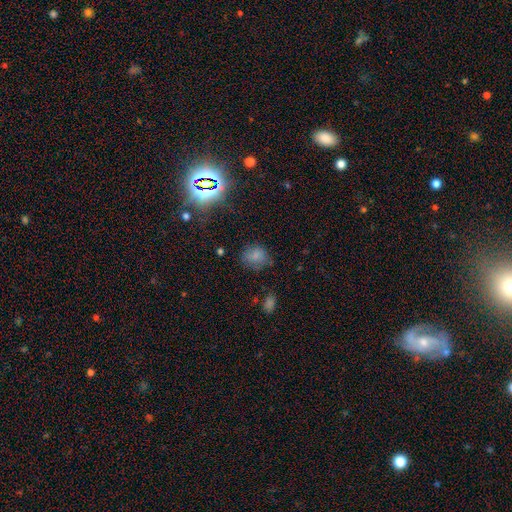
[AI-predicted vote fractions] A smooth galaxy with no disk features (74%) that is round (62%). Merging: none (70%).